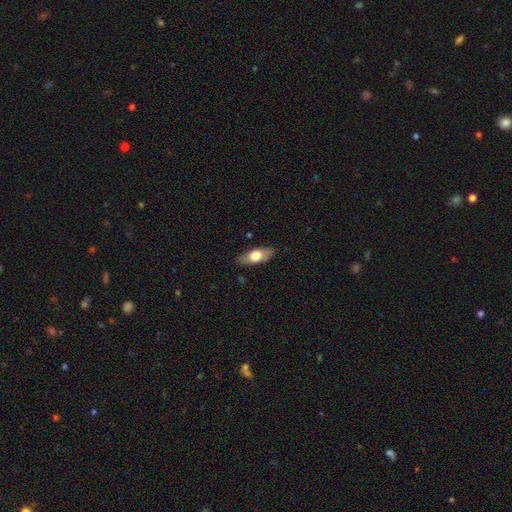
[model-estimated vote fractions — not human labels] The model was most divided on "smooth or featured": smooth: 61%, featured or disk: 33%, star or artifact: 6%. More confident: merging — none (85%); how rounded — in between (76%).